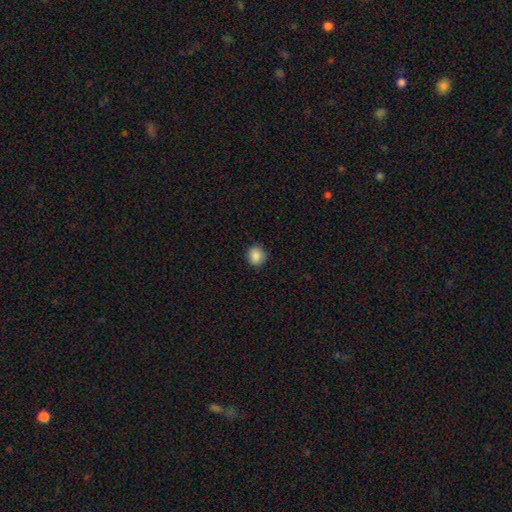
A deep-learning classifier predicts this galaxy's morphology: Smooth or featured? Predicted: smooth (p=0.87). How rounded? Predicted: round (p=0.84). Merging? Predicted: none (p=0.89).